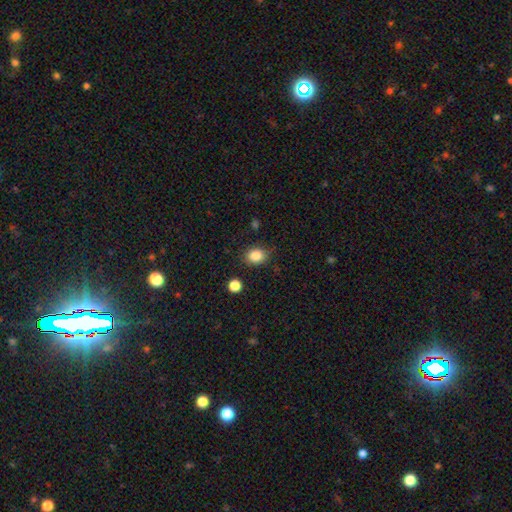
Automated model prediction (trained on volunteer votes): Morphology: type=smooth (86%); roundness=round (53%); merging=none (81%).